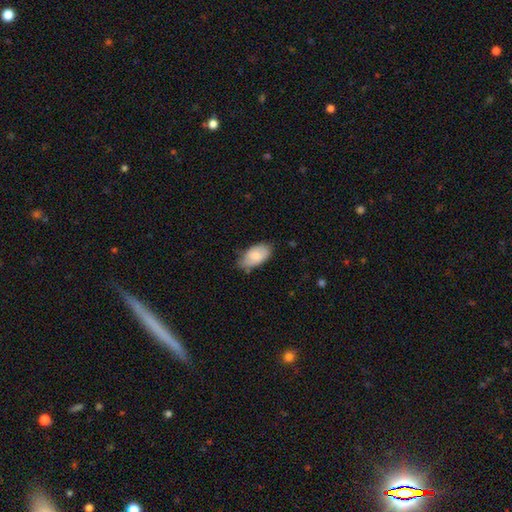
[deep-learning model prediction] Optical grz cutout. It shows a smooth galaxy with no disk features (78%) that is in between round and cigar-shaped (94%). Merging: none (64%).